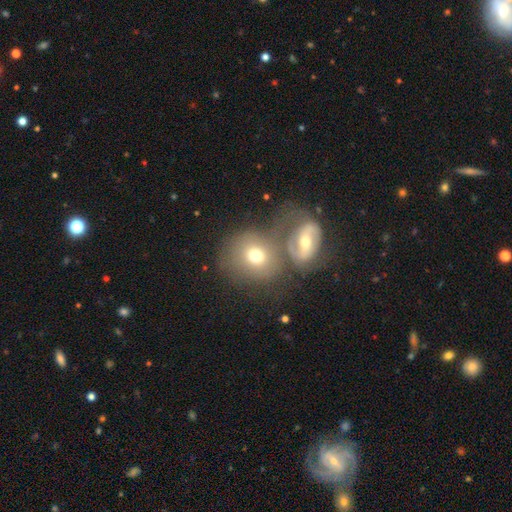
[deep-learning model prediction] Overall: smooth (60%; featured or disk 31%). How rounded: round (71%). Merging: merger (45%; none 37%).